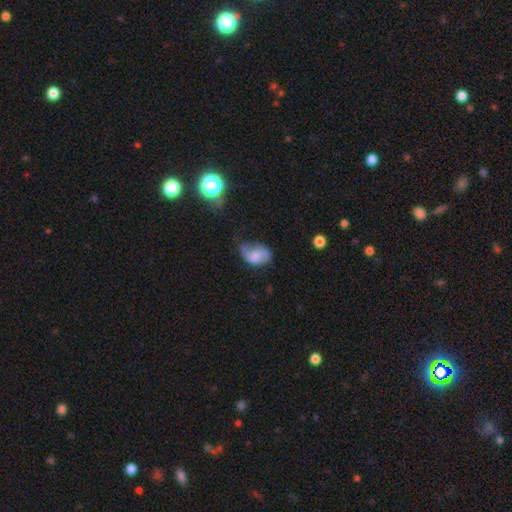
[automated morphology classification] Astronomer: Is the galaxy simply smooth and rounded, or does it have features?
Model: smooth — 62%.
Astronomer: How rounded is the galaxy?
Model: in between — 84%.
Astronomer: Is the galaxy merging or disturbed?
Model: minor disturbance — 40% (runner-up: none, 36%).